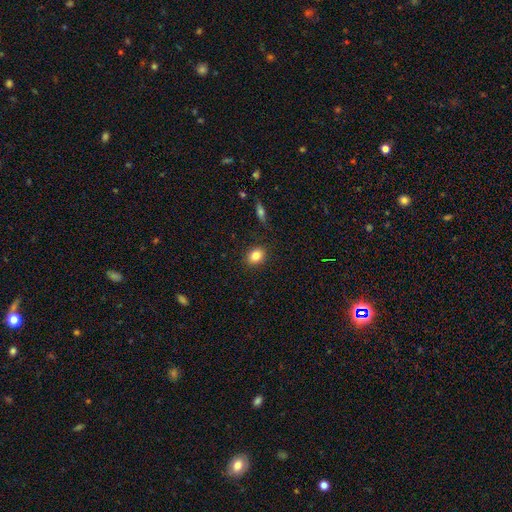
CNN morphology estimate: Overall: smooth (83%). How rounded: in between (50%; round 49%). Merging: none (88%).